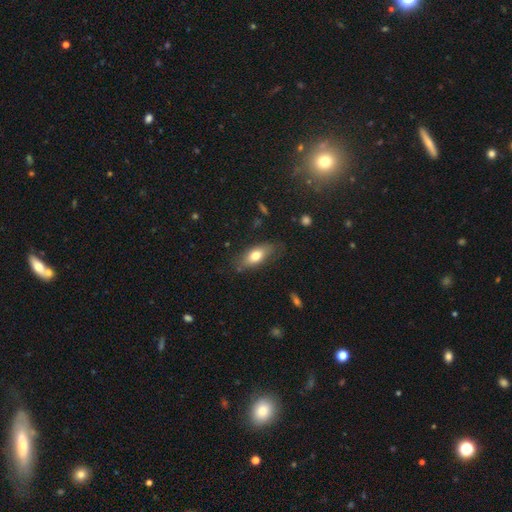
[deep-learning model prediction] Morphology: type=smooth (72%); roundness=in between (83%); merging=none (72%).